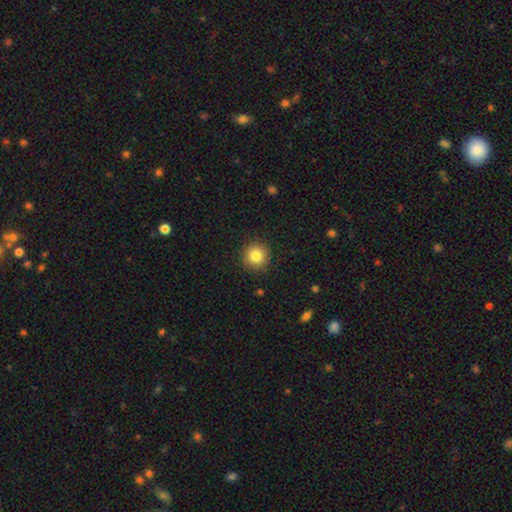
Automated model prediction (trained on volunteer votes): Smooth or featured? smooth (83%)
How rounded? round (94%)
Merging? none (90%)